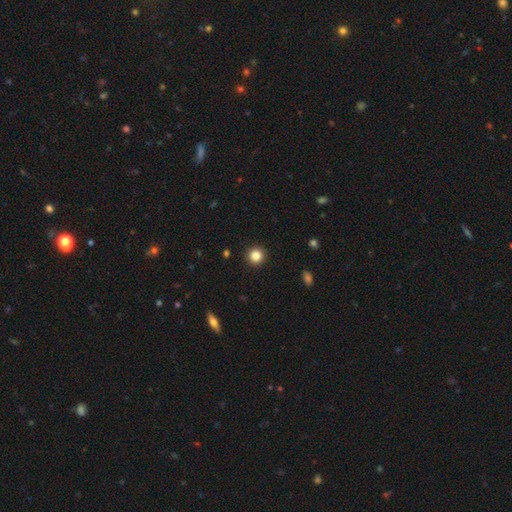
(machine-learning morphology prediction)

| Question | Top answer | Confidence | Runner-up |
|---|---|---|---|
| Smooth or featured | smooth | 85% | star or artifact (11%) |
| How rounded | round | 95% | in between (4%) |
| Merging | none | 93% | minor disturbance (5%) |